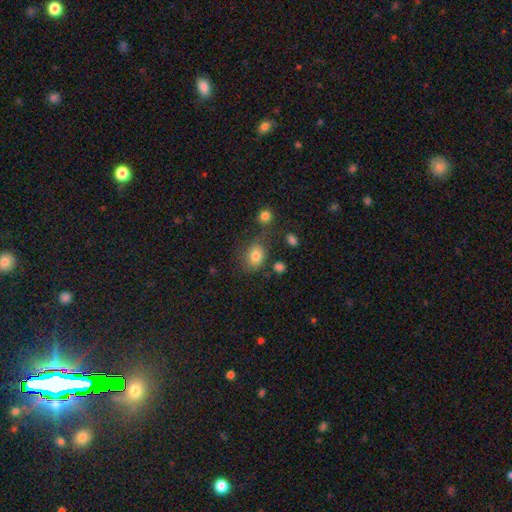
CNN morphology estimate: A smooth galaxy with no disk features (80%) that is in between round and cigar-shaped (57%).

Vote fractions:
- Smooth or featured? smooth: 80% / star or artifact: 11% / featured or disk: 9%
- How rounded? in between: 57% / round: 42% / cigar-shaped: 1%
- Merging? none: 61% / minor disturbance: 20% / merger: 10% / major disturbance: 8%